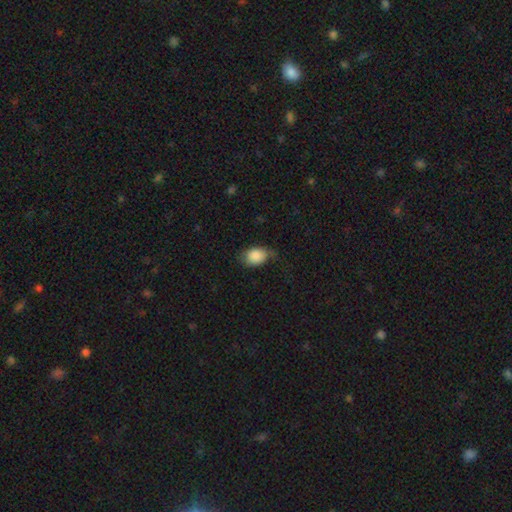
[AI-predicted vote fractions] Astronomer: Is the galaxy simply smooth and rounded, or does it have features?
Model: smooth — 84%.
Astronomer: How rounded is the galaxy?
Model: in between — 75%.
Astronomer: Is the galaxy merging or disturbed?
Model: none — 55% (runner-up: minor disturbance, 32%).